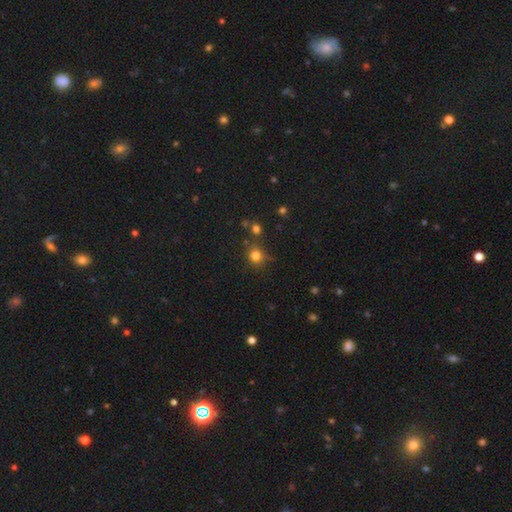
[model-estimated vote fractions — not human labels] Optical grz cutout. It shows a smooth galaxy with no disk features (78%) that is round (87%). Merging: none (75%).